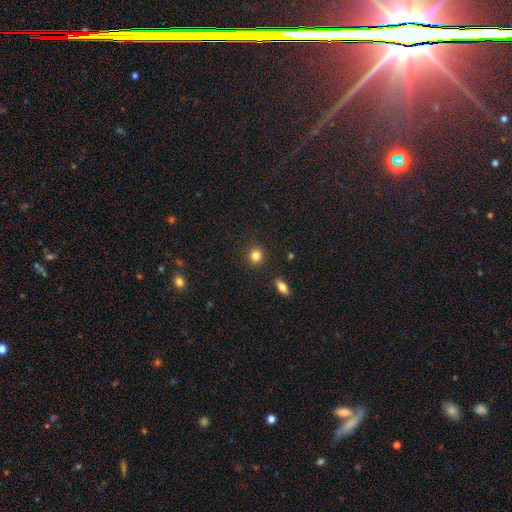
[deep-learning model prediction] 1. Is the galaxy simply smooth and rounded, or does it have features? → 84% smooth, 11% star or artifact, 5% featured or disk.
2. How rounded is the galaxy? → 88% round, 11% in between, 1% cigar-shaped.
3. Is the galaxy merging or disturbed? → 90% none, 6% minor disturbance, 2% major disturbance, 2% merger.